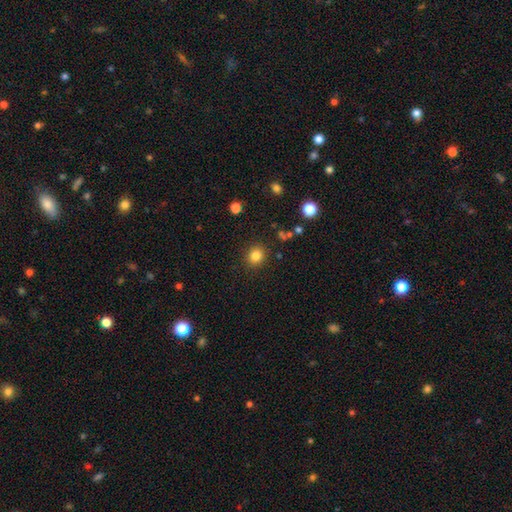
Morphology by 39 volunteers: smooth-or-featured: smooth: 82% | featured or disk: 10% | star or artifact: 8%
  how-rounded: round: 81% | in between: 19% | cigar-shaped: 0%
  merging: none: 89% | minor disturbance: 6% | major disturbance: 3% | merger: 3%